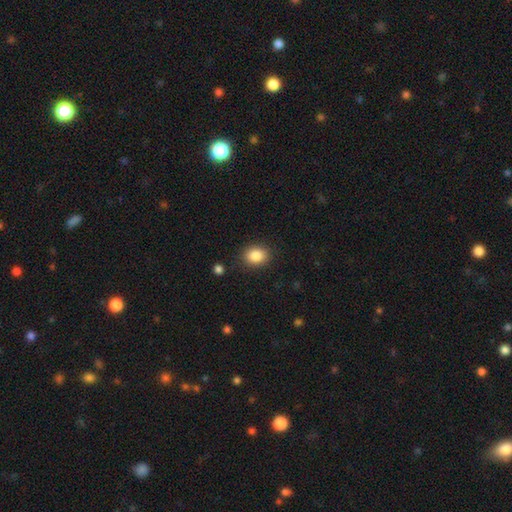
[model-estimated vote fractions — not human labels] Smooth or featured: smooth — 86% (star or artifact — 9%)
How rounded: in between — 50% (round — 49%)
Merging: none — 86% (minor disturbance — 9%)